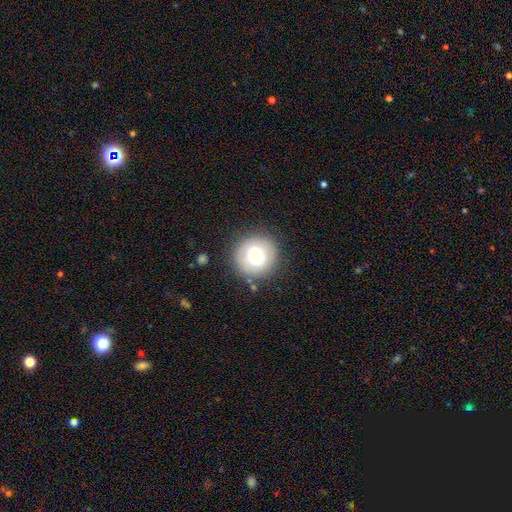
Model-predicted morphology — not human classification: smooth-or-featured: smooth: 63% | featured or disk: 29% | star or artifact: 9%
  how-rounded: round: 94% | in between: 5% | cigar-shaped: 1%
  merging: none: 83% | minor disturbance: 11% | major disturbance: 4% | merger: 2%